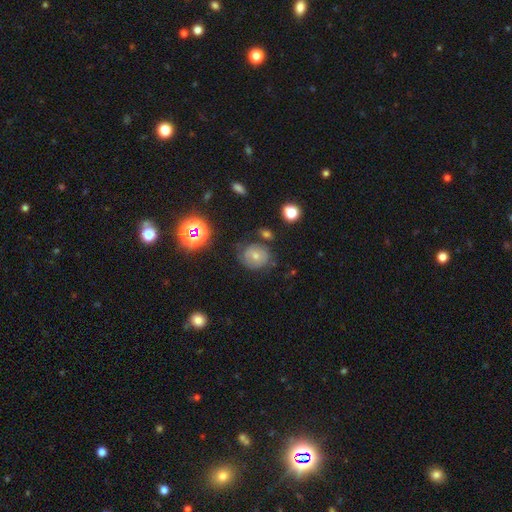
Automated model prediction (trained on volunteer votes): A smooth galaxy with no disk features (57%) that is round (80%).

Vote fractions:
- Smooth or featured? smooth: 57% / featured or disk: 27% / star or artifact: 16%
- How rounded? round: 80% / in between: 19% / cigar-shaped: 1%
- Merging? none: 69% / minor disturbance: 19% / major disturbance: 6% / merger: 5%